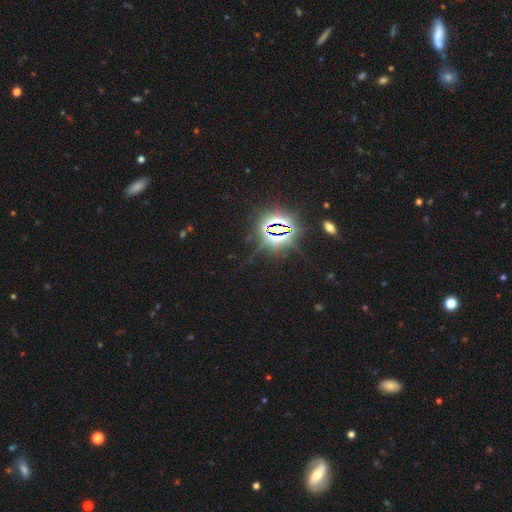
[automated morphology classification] A star or artifact, not a galaxy (84%).

Vote fractions:
- Smooth or featured? star or artifact: 84% / smooth: 9% / featured or disk: 6%